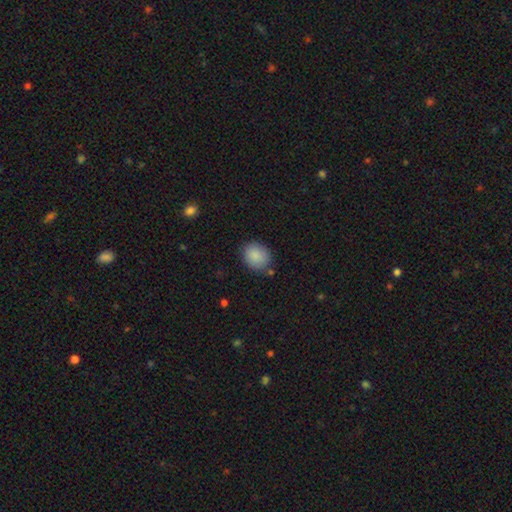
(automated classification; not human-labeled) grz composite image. It shows a smooth galaxy with no disk features (88%) that is round (62%). Merging: none (78%).